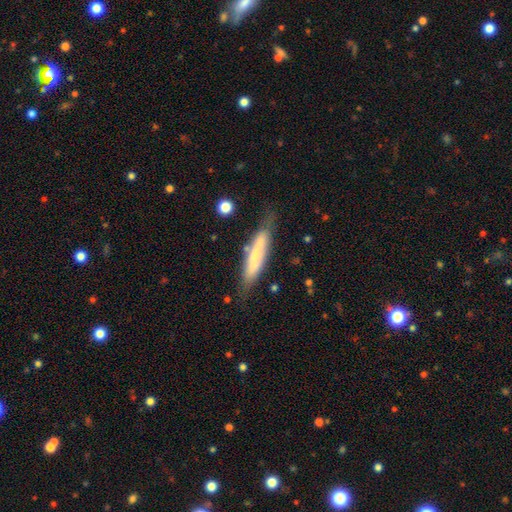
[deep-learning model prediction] The model was most divided on "smooth or featured": smooth: 59%, featured or disk: 34%, star or artifact: 6%. More confident: how rounded — cigar-shaped (84%); merging — none (68%).